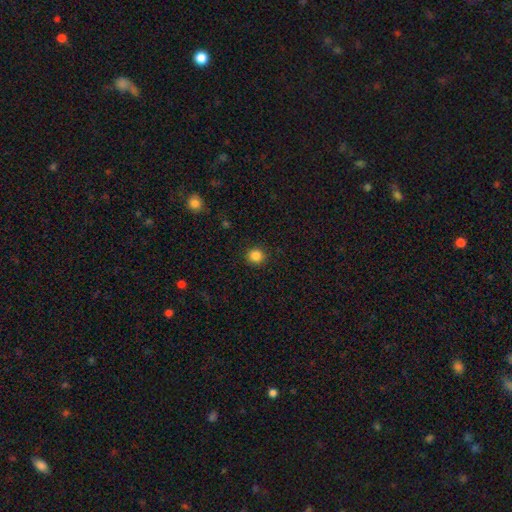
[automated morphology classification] A smooth galaxy with no disk features (86%) that is round (91%). Merging: none (91%).